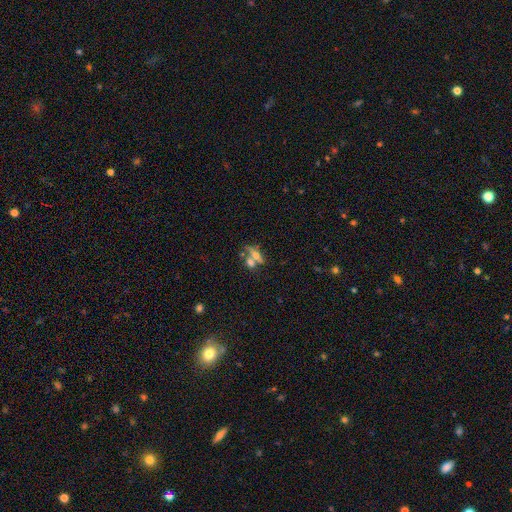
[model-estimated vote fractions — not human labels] This is possibly a smooth galaxy (46%). Merging: marginally merger (44%).